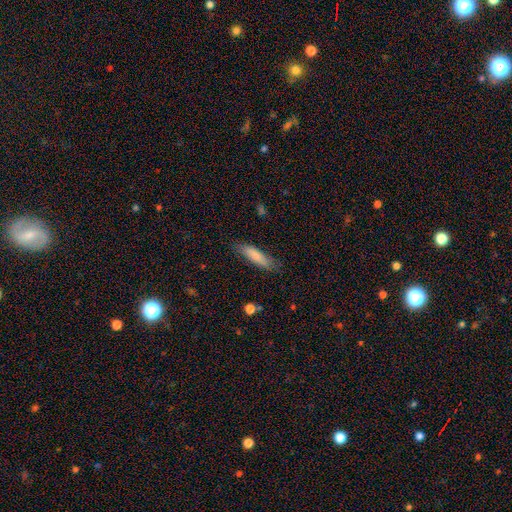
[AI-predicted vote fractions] The model was most divided on "how rounded": cigar-shaped: 63%, in between: 35%, round: 2%. More confident: merging — none (80%); smooth or featured — smooth (80%).